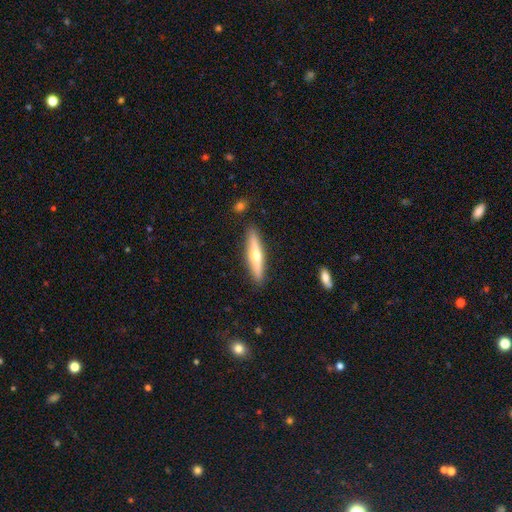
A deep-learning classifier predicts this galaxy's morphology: Q: Smooth or featured?
A: featured or disk (59%); runner-up: smooth (36%)
Q: Edge-on disk?
A: yes (94%); runner-up: no (6%)
Q: Edge-on bulge?
A: rounded (92%); runner-up: none (6%)
Q: Merging?
A: none (89%); runner-up: minor disturbance (7%)